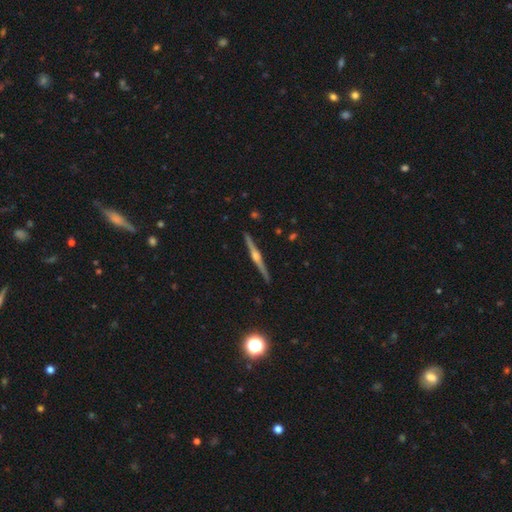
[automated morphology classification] Smooth or featured? Predicted: featured or disk (p=0.84). Edge-on disk? Predicted: yes (p=0.99). Edge-on bulge? Predicted: rounded (p=0.90). Merging? Predicted: none (p=0.92).